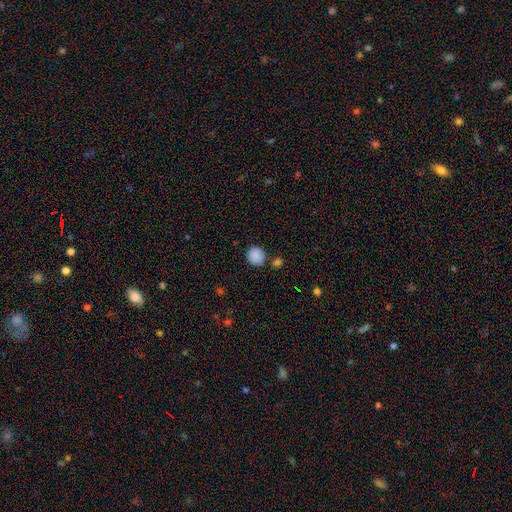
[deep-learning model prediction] Smooth or featured?
  - smooth: 88% *
  - star or artifact: 9%
  - featured or disk: 3%
How rounded?
  - round: 88% *
  - in between: 11%
  - cigar-shaped: 1%
Merging?
  - none: 80% *
  - minor disturbance: 10%
  - merger: 7%
  - major disturbance: 3%